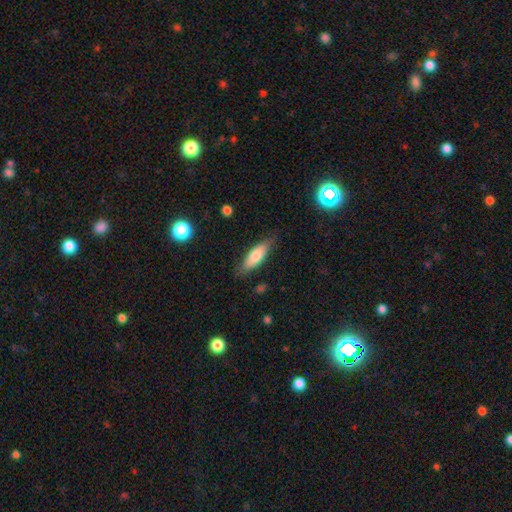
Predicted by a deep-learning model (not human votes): smooth 74%, featured or disk 20%, star or artifact 6%. Down the decision tree: how rounded — in between (59%); merging — none (79%).